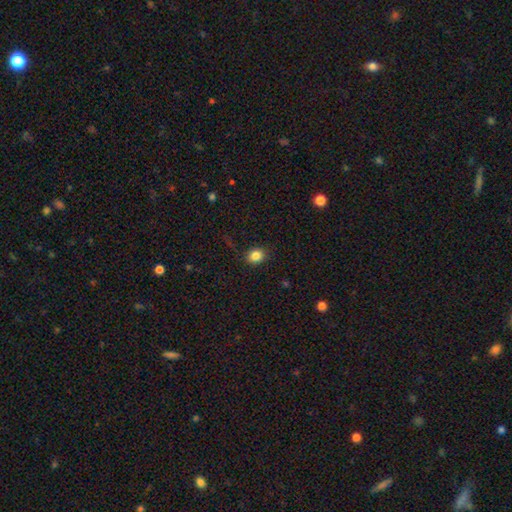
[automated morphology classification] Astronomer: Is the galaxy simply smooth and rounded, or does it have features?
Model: smooth — 84%.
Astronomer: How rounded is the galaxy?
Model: round — 65%.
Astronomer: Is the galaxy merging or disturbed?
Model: none — 87%.